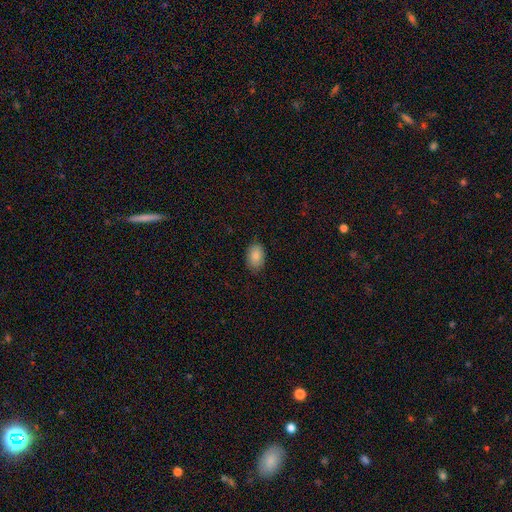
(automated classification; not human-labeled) This appears to be a smooth galaxy with no disk features (86%) that is in between round and cigar-shaped (85%). Merging: none (82%).